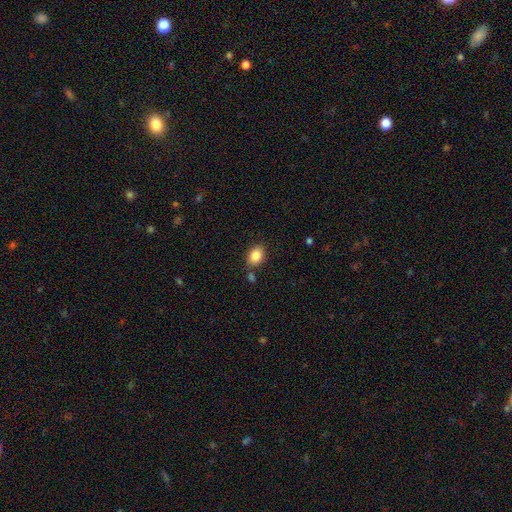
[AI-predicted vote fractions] A smooth galaxy with no disk features (85%) that is in between round and cigar-shaped (62%).

Vote fractions:
- Smooth or featured? smooth: 85% / star or artifact: 9% / featured or disk: 6%
- How rounded? in between: 62% / round: 37% / cigar-shaped: 1%
- Merging? none: 75% / minor disturbance: 13% / merger: 9% / major disturbance: 3%